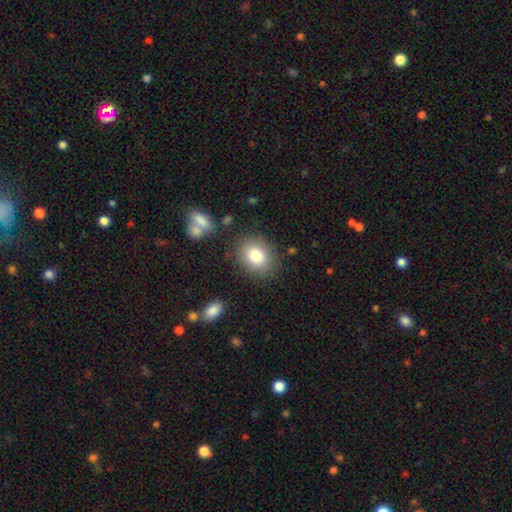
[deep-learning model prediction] This appears to be a smooth galaxy with no disk features (81%) that is round (57%). Merging: none (83%).